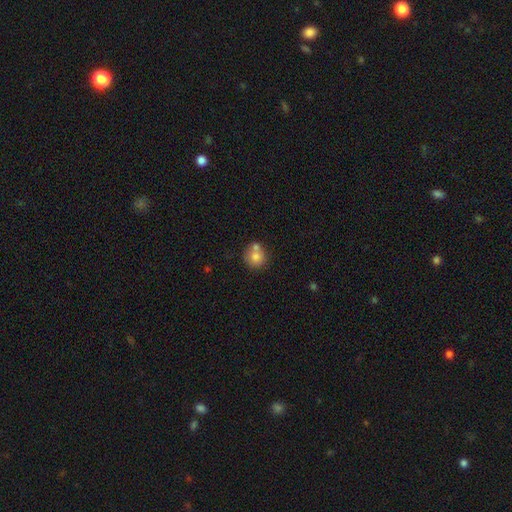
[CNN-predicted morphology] Smooth or featured?
  - smooth: 76% *
  - featured or disk: 14%
  - star or artifact: 10%
How rounded?
  - round: 88% *
  - in between: 11%
  - cigar-shaped: 1%
Merging?
  - none: 53% *
  - merger: 34%
  - minor disturbance: 10%
  - major disturbance: 3%